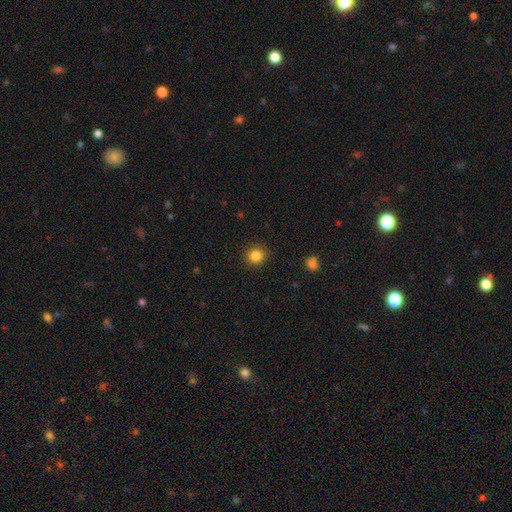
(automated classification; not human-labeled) Smooth or featured? smooth (84%)
How rounded? round (84%)
Merging? none (90%)